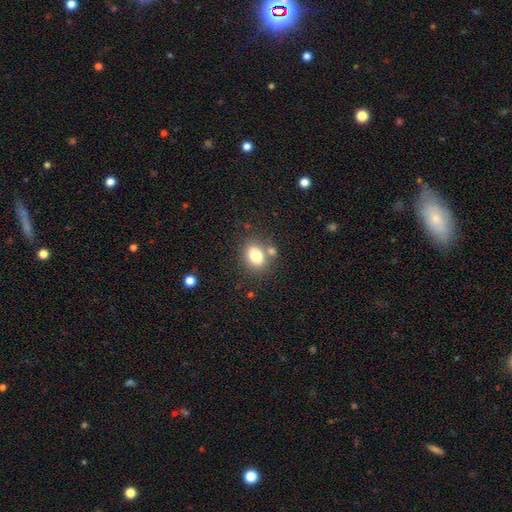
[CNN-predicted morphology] smooth 80%, star or artifact 10%, featured or disk 10%. Down the decision tree: how rounded — in between (61%); merging — none (69%).